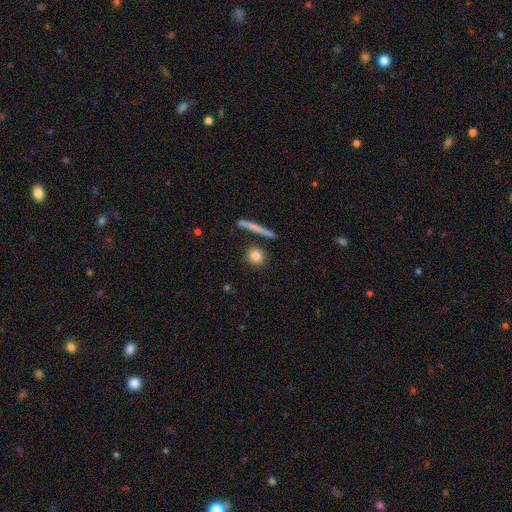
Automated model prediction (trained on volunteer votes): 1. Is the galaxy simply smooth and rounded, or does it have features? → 82% smooth, 10% featured or disk, 8% star or artifact.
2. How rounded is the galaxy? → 78% round, 12% in between, 10% cigar-shaped.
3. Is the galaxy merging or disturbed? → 81% none, 9% minor disturbance, 7% merger, 3% major disturbance.